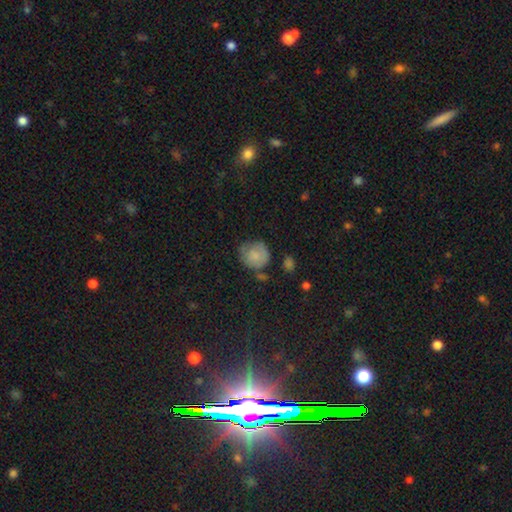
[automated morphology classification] This is likely a smooth galaxy (74%). How rounded: clearly round (84%). Merging: possibly none (54%).